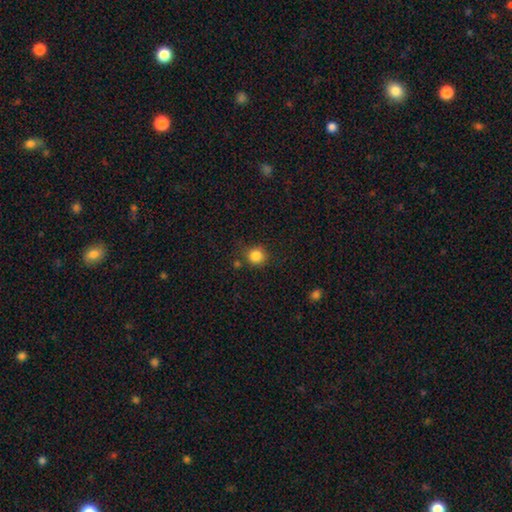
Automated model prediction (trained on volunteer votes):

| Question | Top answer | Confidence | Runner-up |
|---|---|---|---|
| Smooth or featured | smooth | 84% | star or artifact (12%) |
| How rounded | round | 88% | in between (11%) |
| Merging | none | 79% | minor disturbance (13%) |